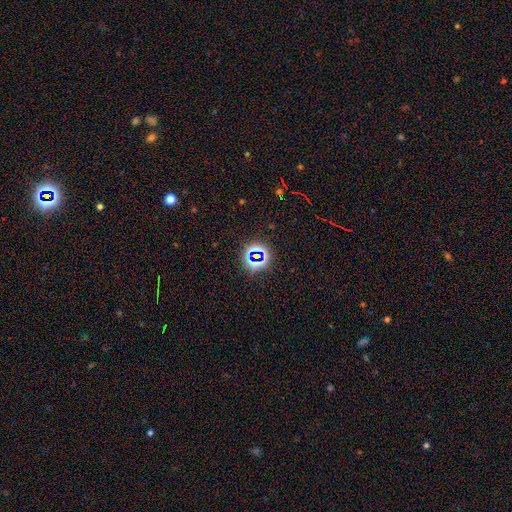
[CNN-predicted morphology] Smooth or featured? star or artifact (71%)